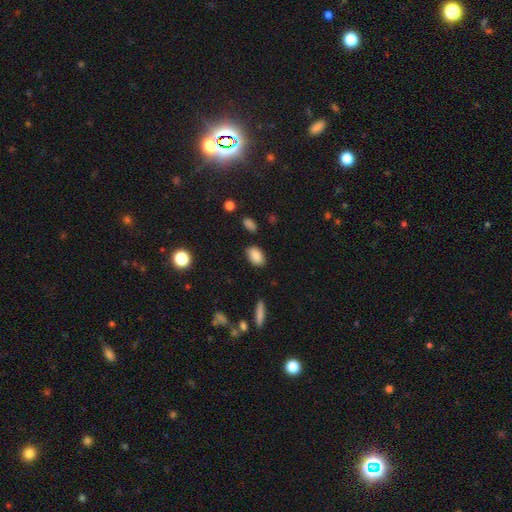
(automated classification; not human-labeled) smooth-or-featured: smooth: 88% | star or artifact: 8% | featured or disk: 5%
  how-rounded: in between: 89% | round: 9% | cigar-shaped: 2%
  merging: none: 84% | minor disturbance: 11% | major disturbance: 3% | merger: 2%